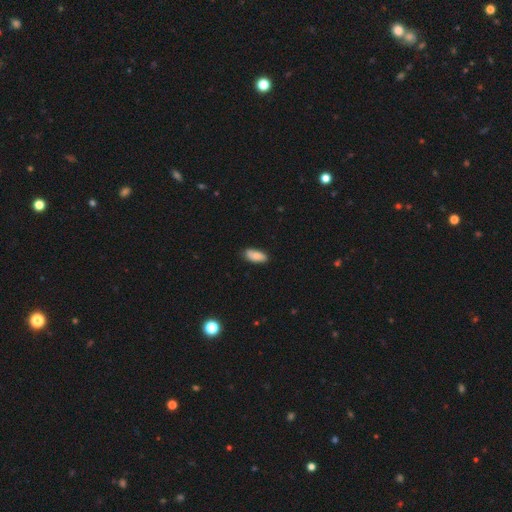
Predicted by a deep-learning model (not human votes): Q: Smooth or featured?
A: smooth (85%); runner-up: featured or disk (8%)
Q: How rounded?
A: in between (85%); runner-up: cigar-shaped (13%)
Q: Merging?
A: none (85%); runner-up: minor disturbance (12%)